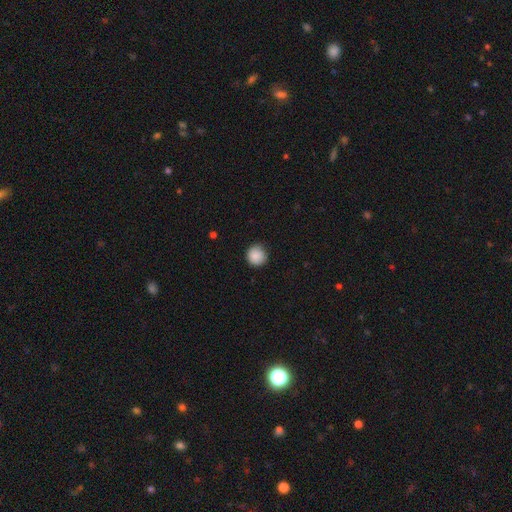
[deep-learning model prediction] Smooth or featured?
  - smooth: 87% *
  - star or artifact: 9%
  - featured or disk: 4%
How rounded?
  - round: 94% *
  - in between: 5%
  - cigar-shaped: 1%
Merging?
  - none: 86% *
  - minor disturbance: 11%
  - major disturbance: 2%
  - merger: 1%